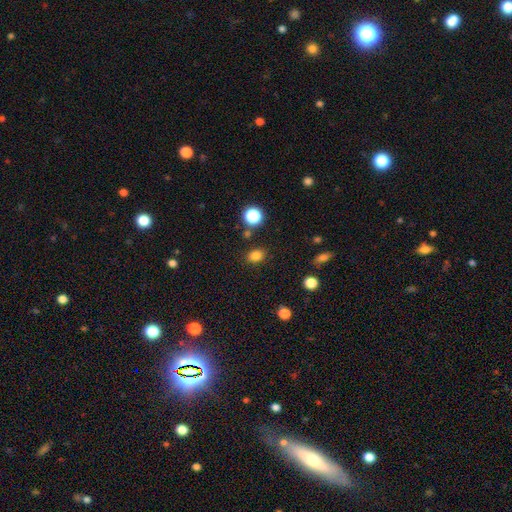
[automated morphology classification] smooth-or-featured: smooth: 81% | star or artifact: 14% | featured or disk: 5%
  how-rounded: in between: 59% | round: 40% | cigar-shaped: 1%
  merging: none: 84% | minor disturbance: 10% | merger: 4% | major disturbance: 3%